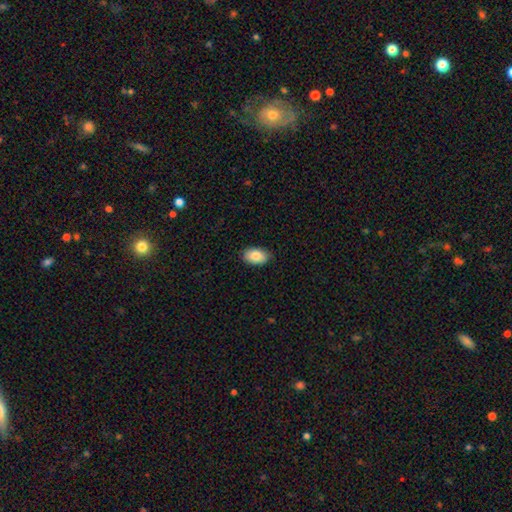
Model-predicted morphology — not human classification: Smooth or featured: smooth — 85% (featured or disk — 8%)
How rounded: in between — 92% (round — 7%)
Merging: none — 86% (minor disturbance — 11%)